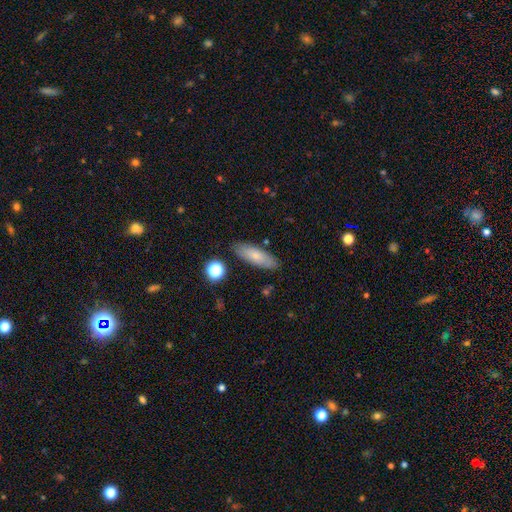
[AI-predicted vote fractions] Q: Smooth or featured?
A: smooth (75%); runner-up: featured or disk (17%)
Q: How rounded?
A: in between (56%); runner-up: cigar-shaped (41%)
Q: Merging?
A: none (84%); runner-up: minor disturbance (11%)